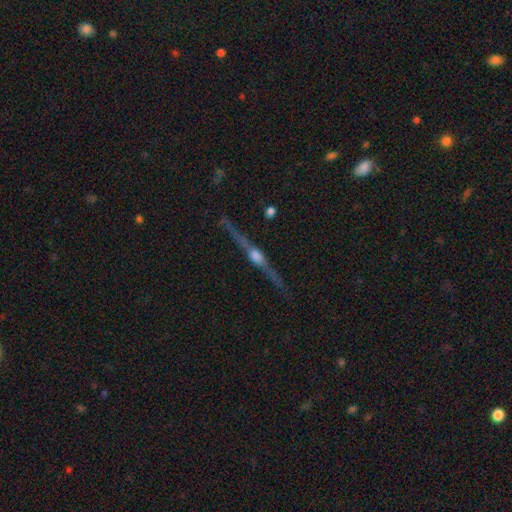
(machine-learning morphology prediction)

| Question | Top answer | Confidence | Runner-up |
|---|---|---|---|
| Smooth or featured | featured or disk | 86% | smooth (7%) |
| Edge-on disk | yes | 98% | no (2%) |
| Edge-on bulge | rounded | 89% | boxy (7%) |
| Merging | none | 88% | minor disturbance (9%) |